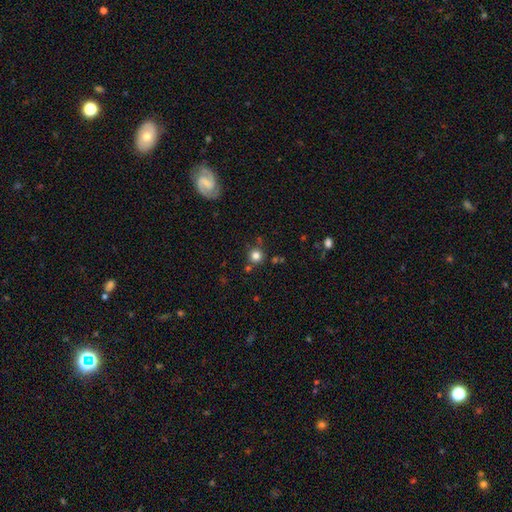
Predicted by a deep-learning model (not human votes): smooth-or-featured: smooth: 80% | star or artifact: 14% | featured or disk: 6%
  how-rounded: round: 94% | in between: 5% | cigar-shaped: 1%
  merging: none: 80% | minor disturbance: 9% | merger: 8% | major disturbance: 3%